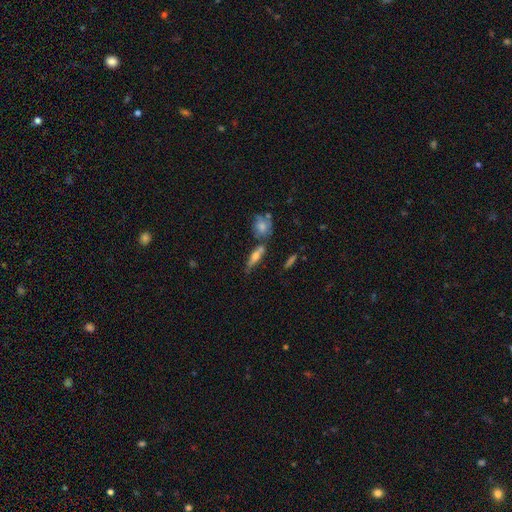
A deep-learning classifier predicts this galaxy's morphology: Smooth or featured? Predicted: smooth (p=0.52). How rounded? Predicted: cigar-shaped (p=0.57). Merging? Predicted: none (p=0.62).